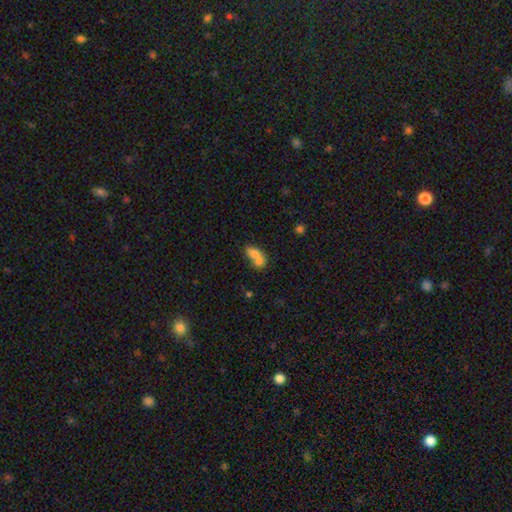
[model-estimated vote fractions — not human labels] smooth-or-featured: smooth: 71% | featured or disk: 19% | star or artifact: 10%
  how-rounded: in between: 75% | round: 21% | cigar-shaped: 5%
  merging: merger: 67% | none: 21% | minor disturbance: 8% | major disturbance: 5%